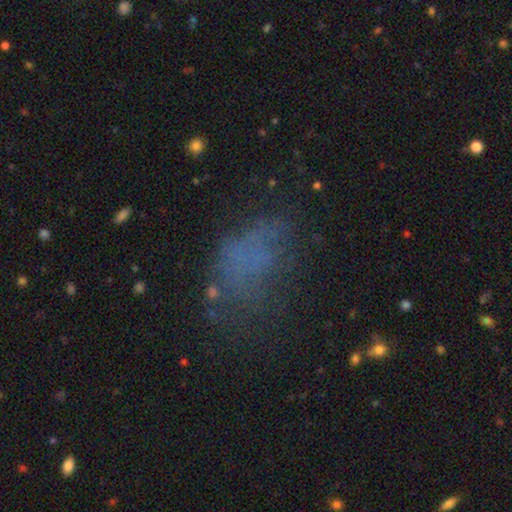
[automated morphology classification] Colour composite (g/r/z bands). It shows a smooth galaxy with no disk features (45%). Merging: none (42%).